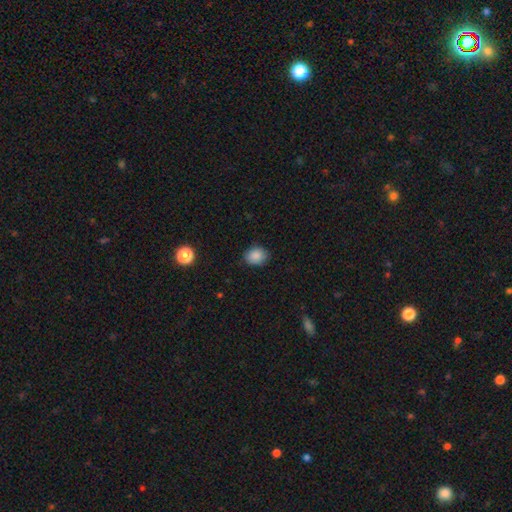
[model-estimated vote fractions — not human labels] The model was most divided on "how rounded": in between: 54%, round: 45%, cigar-shaped: 1%. More confident: smooth or featured — smooth (87%); merging — none (83%).